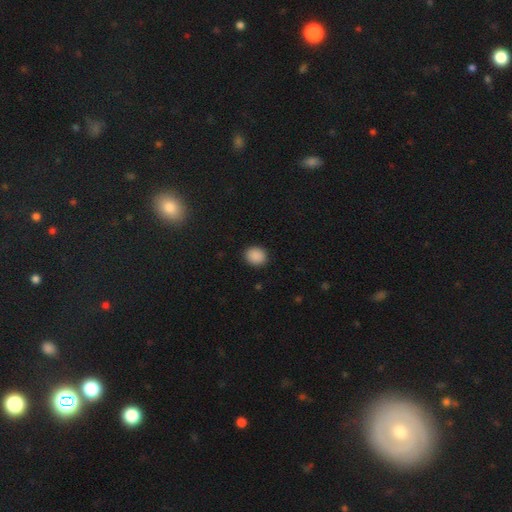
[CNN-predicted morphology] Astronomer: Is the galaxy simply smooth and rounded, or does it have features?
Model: smooth — 89%.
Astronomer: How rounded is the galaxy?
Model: round — 64%.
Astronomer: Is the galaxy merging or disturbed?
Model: none — 90%.